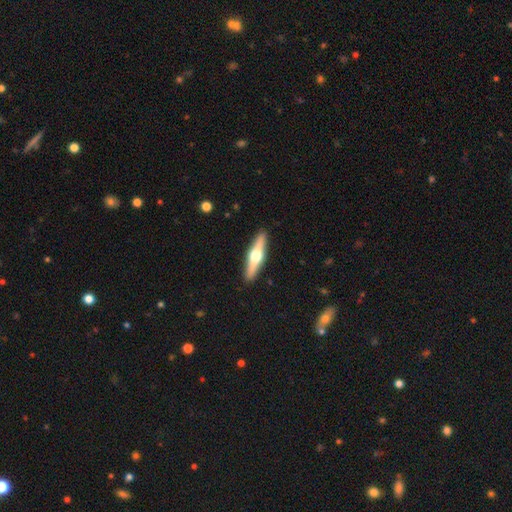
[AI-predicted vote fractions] Morphology: type=featured or disk (62%); edge-on=yes (96%); edge-on bulge=rounded (96%); merging=none (91%).